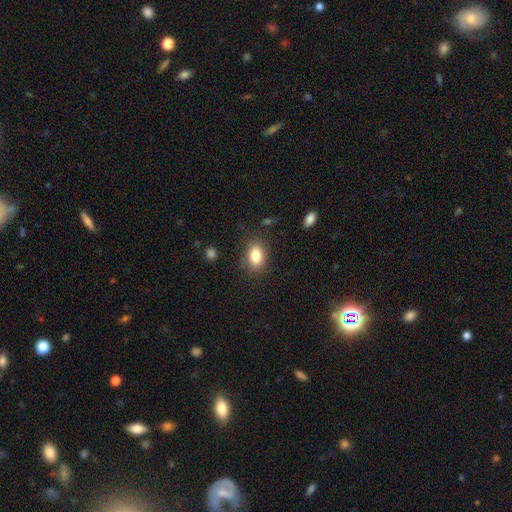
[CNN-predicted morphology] smooth 84%, star or artifact 9%, featured or disk 7%. Down the decision tree: how rounded — in between (82%); merging — none (83%).